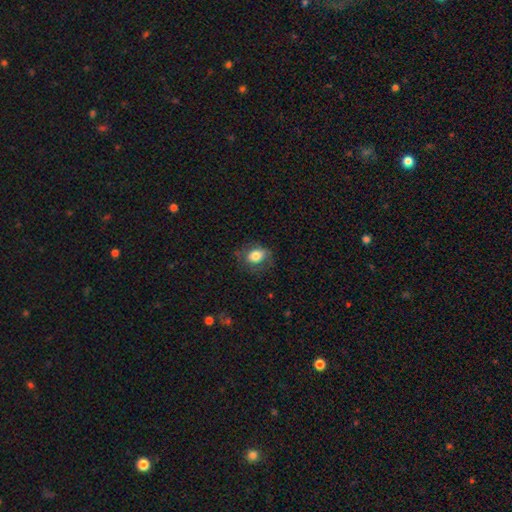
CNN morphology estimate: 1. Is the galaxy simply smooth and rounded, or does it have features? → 77% smooth, 14% featured or disk, 9% star or artifact.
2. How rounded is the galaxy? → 65% in between, 34% round, 1% cigar-shaped.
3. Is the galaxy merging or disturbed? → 65% none, 22% minor disturbance, 11% major disturbance, 1% merger.